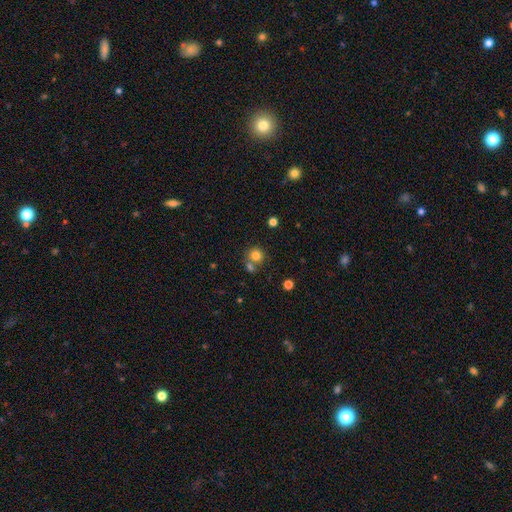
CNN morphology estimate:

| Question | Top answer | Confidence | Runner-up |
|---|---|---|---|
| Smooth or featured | smooth | 79% | star or artifact (13%) |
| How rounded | round | 88% | in between (11%) |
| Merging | none | 58% | merger (29%) |